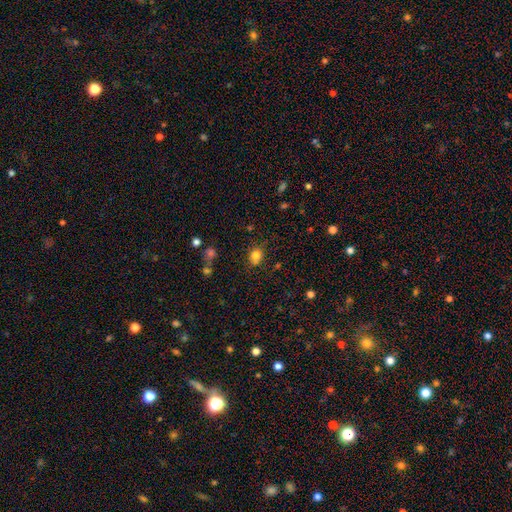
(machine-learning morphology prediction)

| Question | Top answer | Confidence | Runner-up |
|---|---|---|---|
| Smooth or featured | smooth | 81% | star or artifact (12%) |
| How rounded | round | 54% | in between (44%) |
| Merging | none | 69% | minor disturbance (20%) |